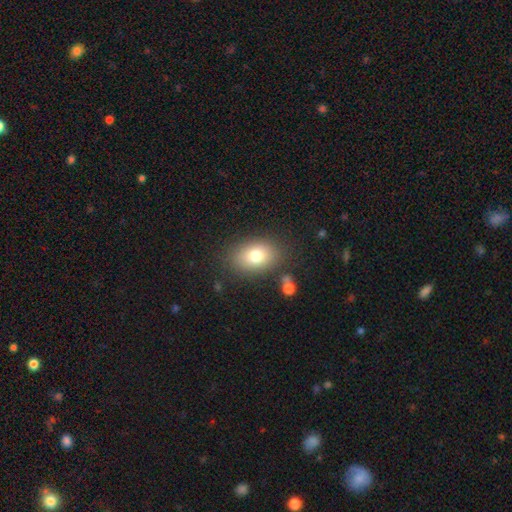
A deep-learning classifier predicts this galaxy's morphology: Overall: smooth (79%). How rounded: in between (81%). Merging: none (80%).